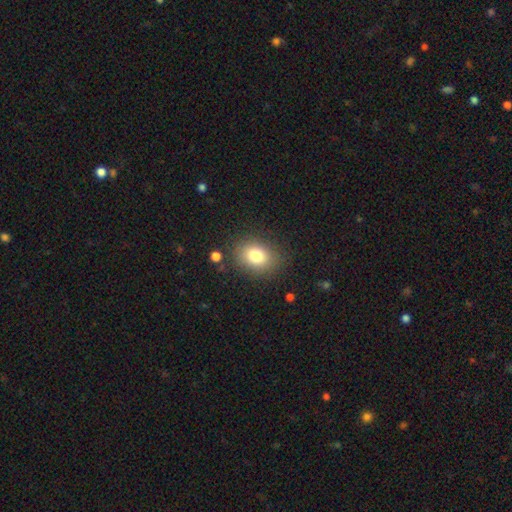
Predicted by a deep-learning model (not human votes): Morphology: type=smooth (80%); roundness=in between (58%); merging=none (84%).